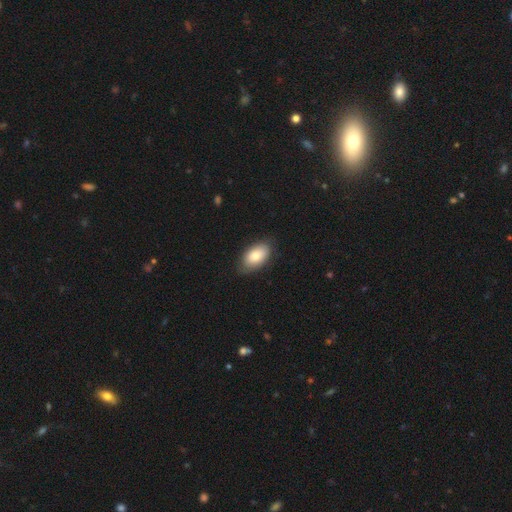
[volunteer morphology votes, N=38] smooth 82%, featured or disk 13%, star or artifact 5%. Down the decision tree: how rounded — in between (94%); merging — none (81%).